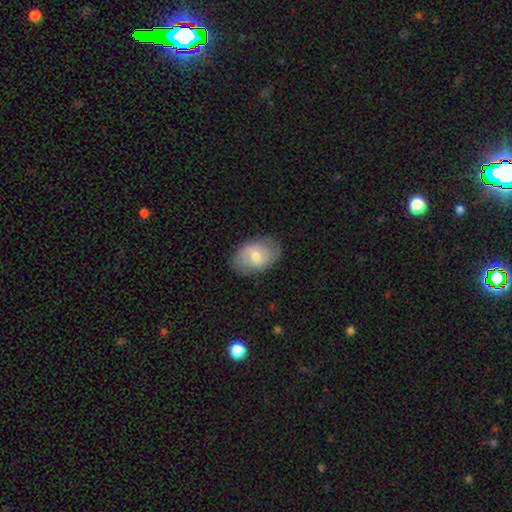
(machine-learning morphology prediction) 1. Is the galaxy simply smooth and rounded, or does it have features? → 47% smooth, 46% featured or disk, 7% star or artifact.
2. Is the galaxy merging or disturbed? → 81% none, 14% minor disturbance, 4% major disturbance, 1% merger.